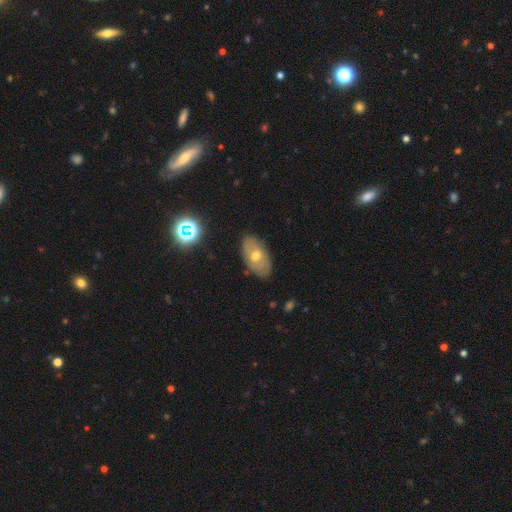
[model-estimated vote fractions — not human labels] A smooth galaxy with no disk features (49%). Merging: none (82%).